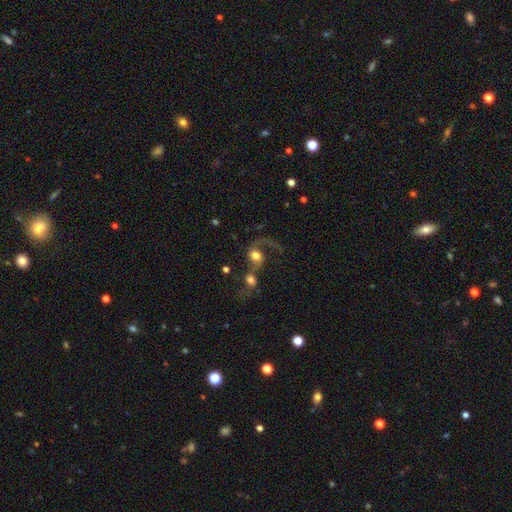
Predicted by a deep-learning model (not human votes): smooth-or-featured: featured or disk: 46% | smooth: 44% | star or artifact: 11%
  merging: merger: 63% | major disturbance: 18% | none: 13% | minor disturbance: 6%